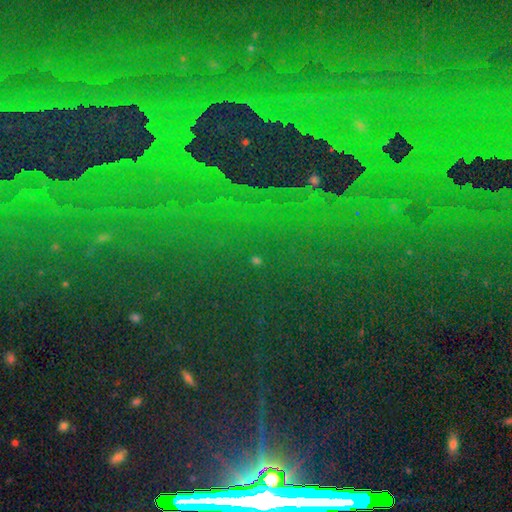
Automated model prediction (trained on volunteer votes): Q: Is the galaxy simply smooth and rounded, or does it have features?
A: star or artifact — 85%.